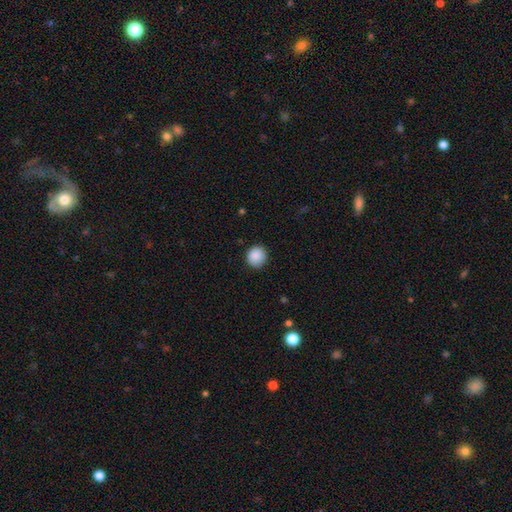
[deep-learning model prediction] This is clearly a smooth galaxy (89%). How rounded: clearly round (88%). Merging: clearly none (87%).